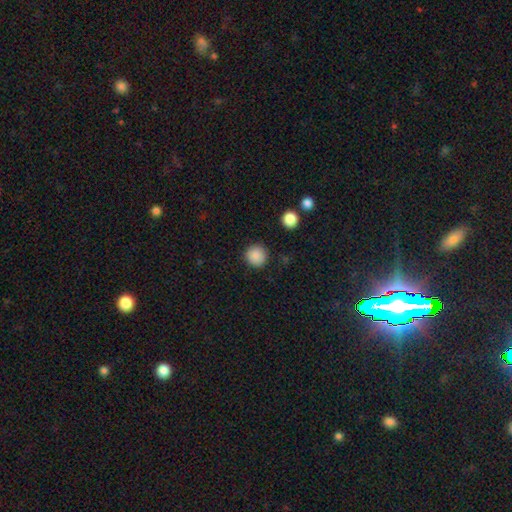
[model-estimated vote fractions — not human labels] The model was most divided on "smooth or featured": smooth: 88%, star or artifact: 9%, featured or disk: 3%. More confident: how rounded — round (95%); merging — none (90%).